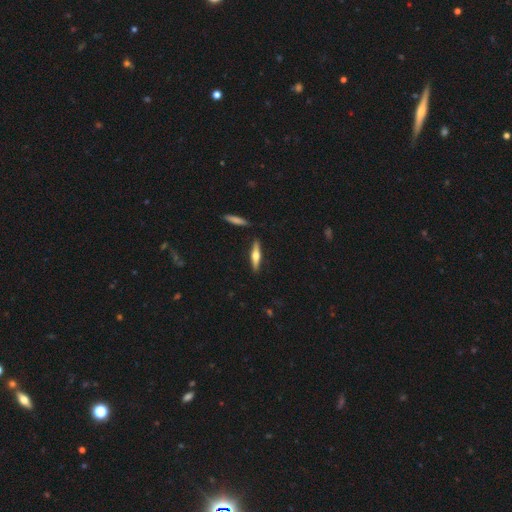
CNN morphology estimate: Q: Smooth or featured?
A: featured or disk (55%); runner-up: smooth (40%)
Q: Edge-on disk?
A: yes (96%); runner-up: no (4%)
Q: Edge-on bulge?
A: rounded (90%); runner-up: boxy (5%)
Q: Merging?
A: none (88%); runner-up: minor disturbance (8%)